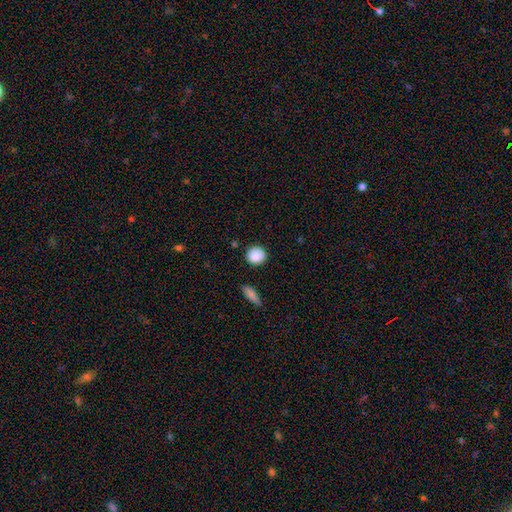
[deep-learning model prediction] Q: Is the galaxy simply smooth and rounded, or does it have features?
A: smooth — 87%.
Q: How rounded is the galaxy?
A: round — 89%.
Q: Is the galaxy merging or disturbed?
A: none — 88%.